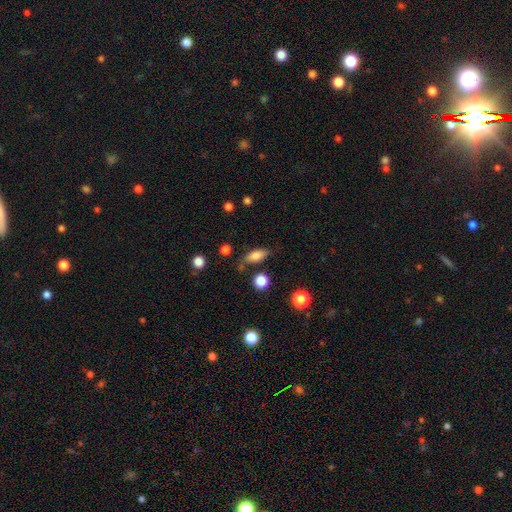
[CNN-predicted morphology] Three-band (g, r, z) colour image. It shows a smooth galaxy with no disk features (77%) that is in between round and cigar-shaped (75%). Merging: none (68%).